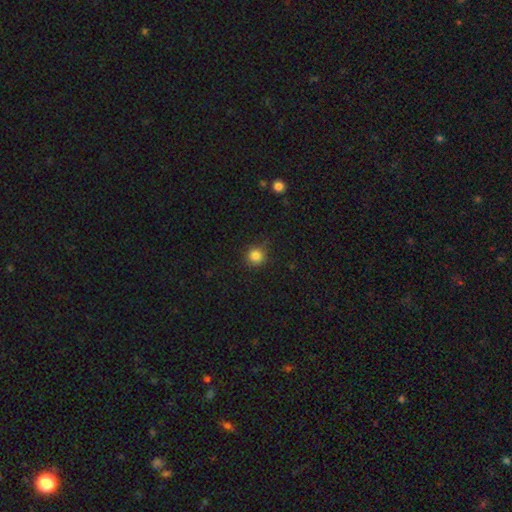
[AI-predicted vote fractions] Smooth or featured? smooth (84%)
How rounded? round (95%)
Merging? none (88%)